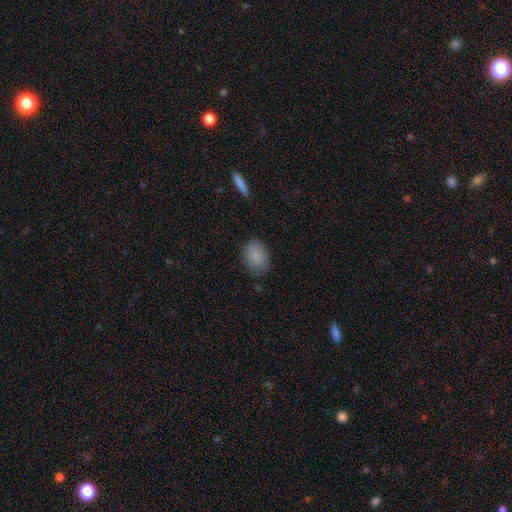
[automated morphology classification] Smooth or featured: smooth — 86% (star or artifact — 8%)
How rounded: in between — 72% (round — 27%)
Merging: none — 76% (minor disturbance — 18%)